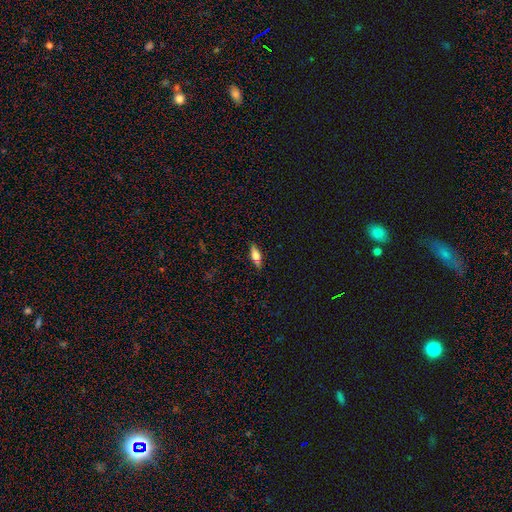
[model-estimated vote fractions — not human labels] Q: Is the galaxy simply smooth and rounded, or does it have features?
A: smooth — 58%.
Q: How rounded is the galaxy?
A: in between — 62%.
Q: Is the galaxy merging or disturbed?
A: none — 85%.